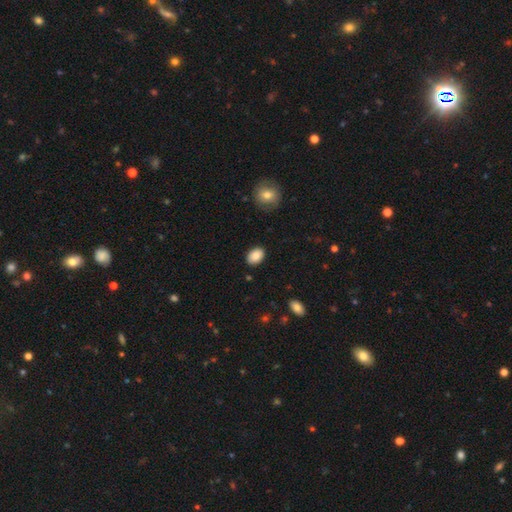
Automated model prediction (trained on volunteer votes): Smooth or featured: smooth — 87% (star or artifact — 7%)
How rounded: in between — 82% (round — 17%)
Merging: none — 88% (minor disturbance — 9%)